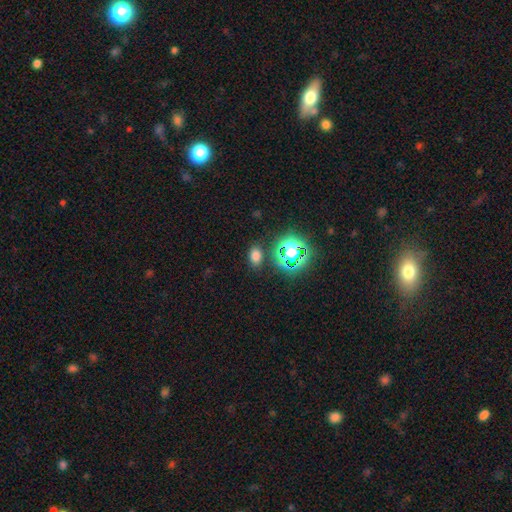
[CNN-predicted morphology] Smooth or featured: smooth — 67% (star or artifact — 27%)
How rounded: in between — 77% (round — 21%)
Merging: none — 83% (minor disturbance — 10%)